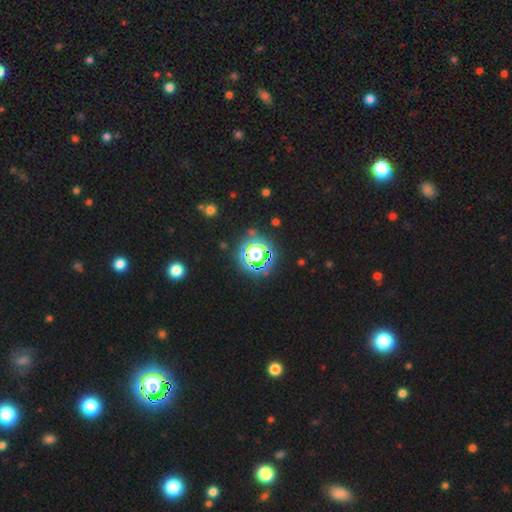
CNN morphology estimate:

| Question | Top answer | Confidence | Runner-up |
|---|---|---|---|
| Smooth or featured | star or artifact | 75% | smooth (19%) |